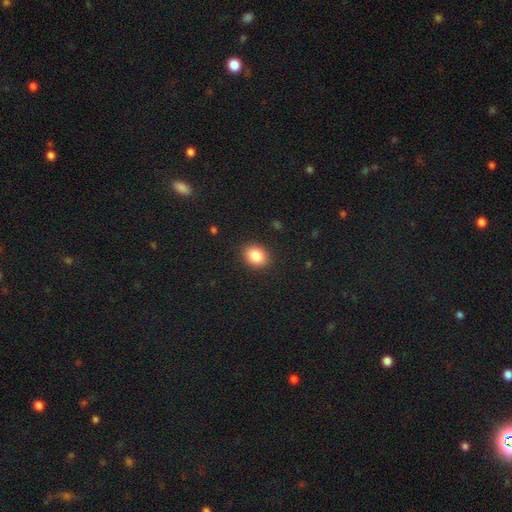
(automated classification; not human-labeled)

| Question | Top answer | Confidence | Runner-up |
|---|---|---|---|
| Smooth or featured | smooth | 86% | star or artifact (9%) |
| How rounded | in between | 54% | round (45%) |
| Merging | none | 89% | minor disturbance (8%) |